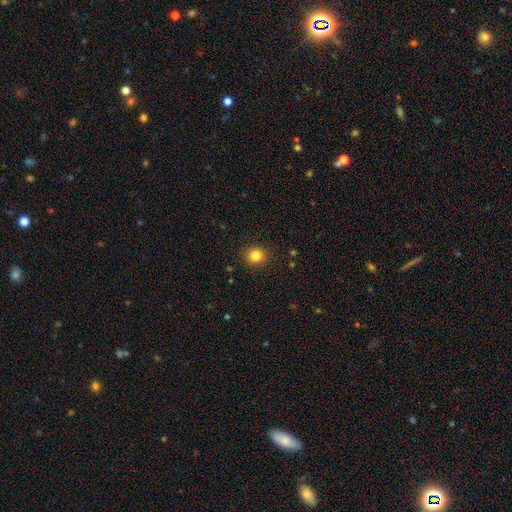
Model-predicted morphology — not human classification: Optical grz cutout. It shows a smooth galaxy with no disk features (83%) that is round (88%). Merging: none (91%).